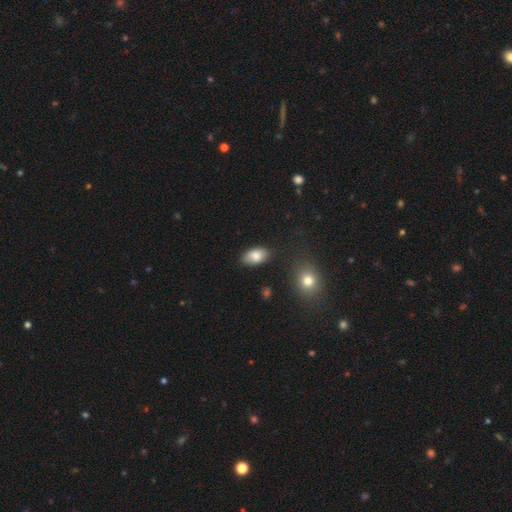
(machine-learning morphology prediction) smooth_or_featured: smooth (p=0.83) [alt: featured or disk p=0.10]
how_rounded: in between (p=0.93) [alt: round p=0.05]
merging: none (p=0.82) [alt: minor disturbance p=0.13]